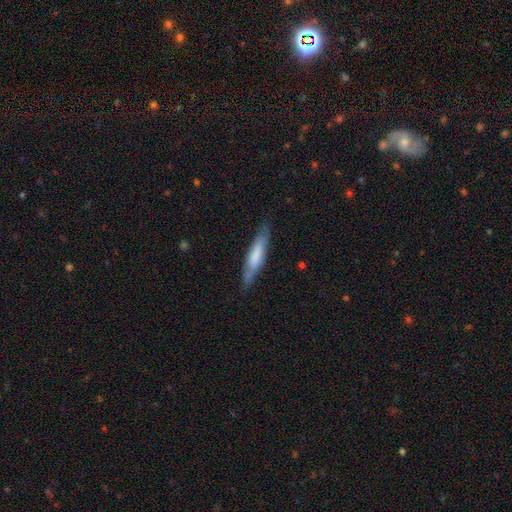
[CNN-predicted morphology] A smooth galaxy with no disk features (57%) that is cigar-shaped (82%).

Vote fractions:
- Smooth or featured? smooth: 57% / featured or disk: 37% / star or artifact: 6%
- How rounded? cigar-shaped: 82% / in between: 16% / round: 1%
- Merging? none: 79% / minor disturbance: 17% / major disturbance: 4% / merger: 1%